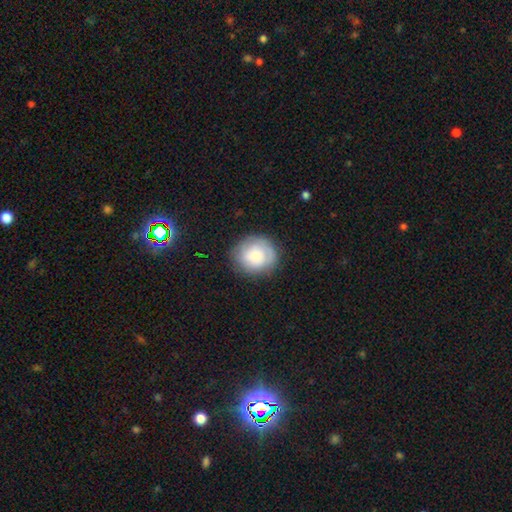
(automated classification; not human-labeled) Overall: smooth (71%). How rounded: round (84%). Merging: none (79%).